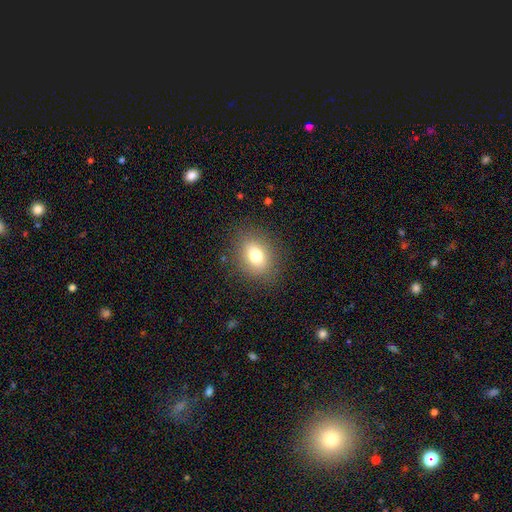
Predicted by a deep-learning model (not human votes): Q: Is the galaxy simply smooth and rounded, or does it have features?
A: smooth — 76%.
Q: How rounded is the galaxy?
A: in between — 53%.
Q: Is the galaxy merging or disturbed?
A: none — 86%.